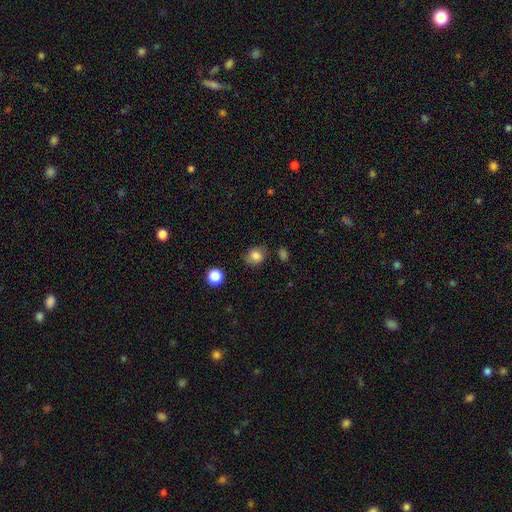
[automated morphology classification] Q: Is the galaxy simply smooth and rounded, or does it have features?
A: smooth — 83%.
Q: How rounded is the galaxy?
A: round — 59%.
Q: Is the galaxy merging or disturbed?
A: none — 75%.